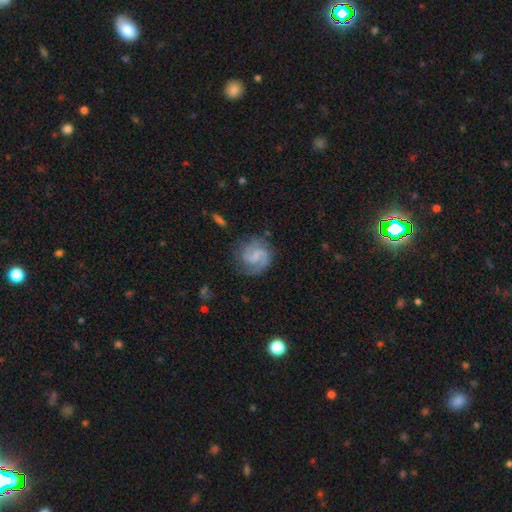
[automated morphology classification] featured or disk 77%, smooth 16%, star or artifact 6%. Down the decision tree: edge-on disk — no (98%); bar — weak (54%); spiral arms — yes (95%); spiral arm count — 2 (82%); spiral winding — medium (50%); bulge size — none (45%); merging — none (72%).